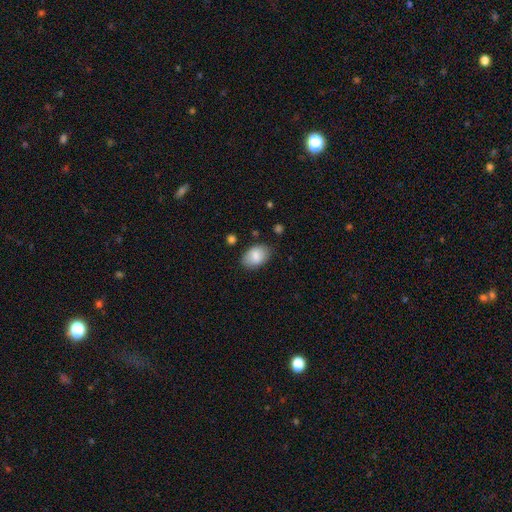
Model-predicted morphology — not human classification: This is clearly a smooth galaxy (82%). How rounded: clearly in between (89%). Merging: clearly none (80%).